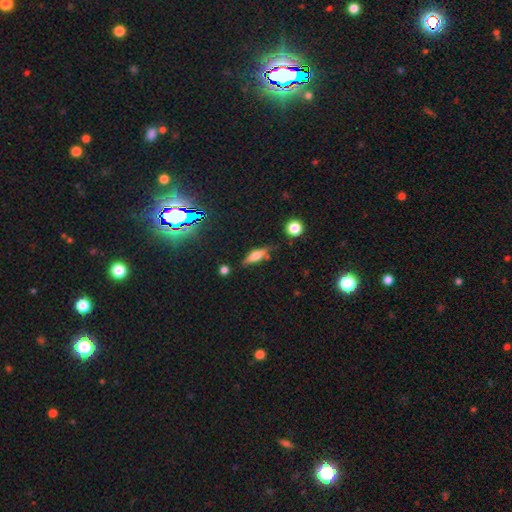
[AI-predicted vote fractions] Smooth or featured? smooth (47%)
Merging? none (74%)